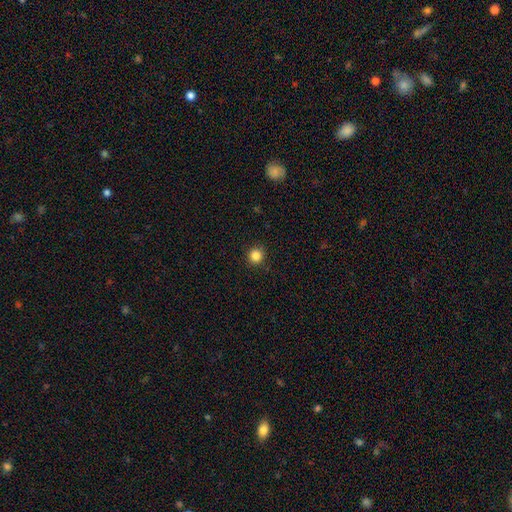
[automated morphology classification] This appears to be a smooth galaxy with no disk features (85%) that is round (93%). Merging: none (92%).